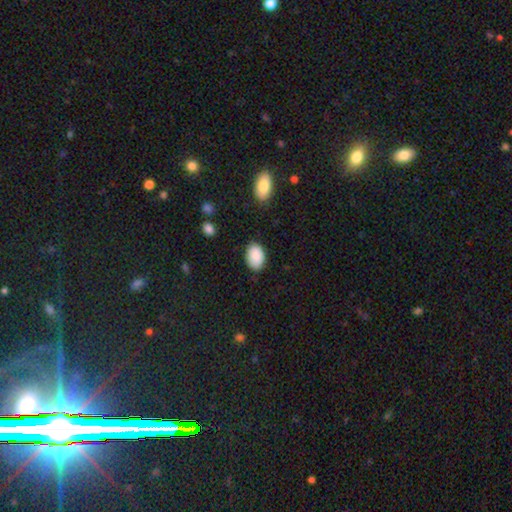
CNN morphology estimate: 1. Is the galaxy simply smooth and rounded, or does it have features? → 89% smooth, 7% star or artifact, 4% featured or disk.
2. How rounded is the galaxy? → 88% in between, 11% round, 1% cigar-shaped.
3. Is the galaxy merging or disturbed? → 83% none, 13% minor disturbance, 2% major disturbance, 1% merger.